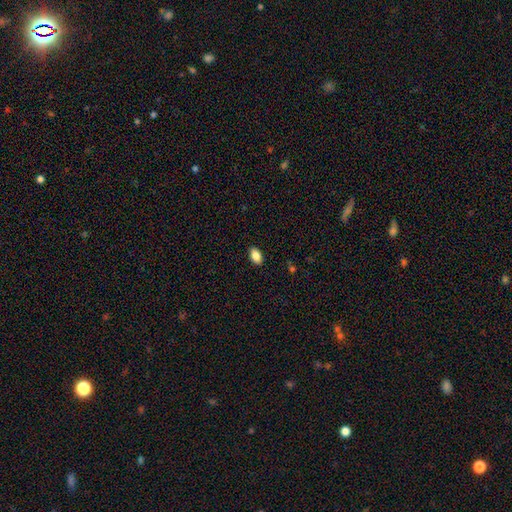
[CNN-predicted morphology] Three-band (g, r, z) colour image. It shows a smooth galaxy with no disk features (86%) that is in between round and cigar-shaped (91%). Merging: none (89%).